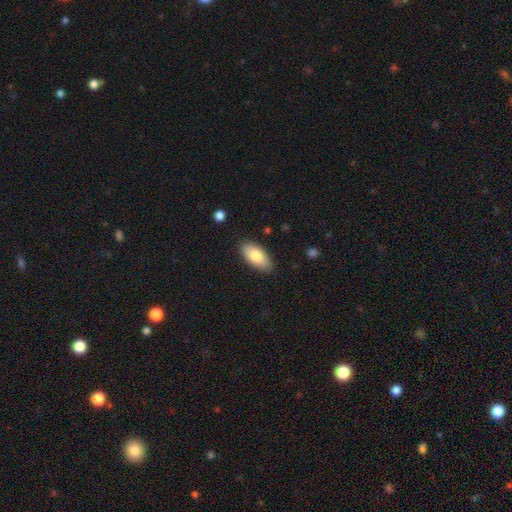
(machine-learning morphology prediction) smooth 77%, featured or disk 17%, star or artifact 6%. Down the decision tree: how rounded — in between (92%); merging — none (86%).